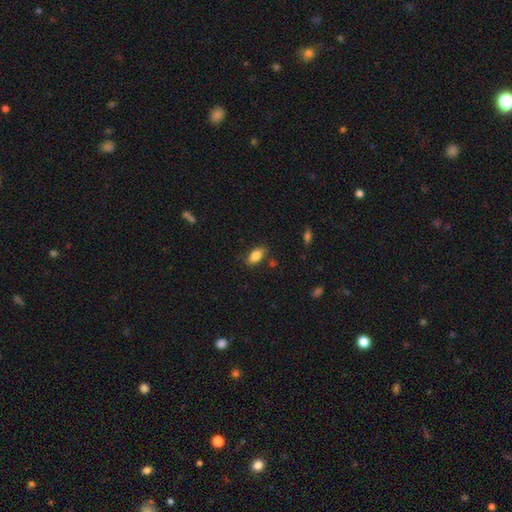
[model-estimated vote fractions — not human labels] This is clearly a smooth galaxy (83%). How rounded: clearly in between (88%). Merging: likely none (80%).